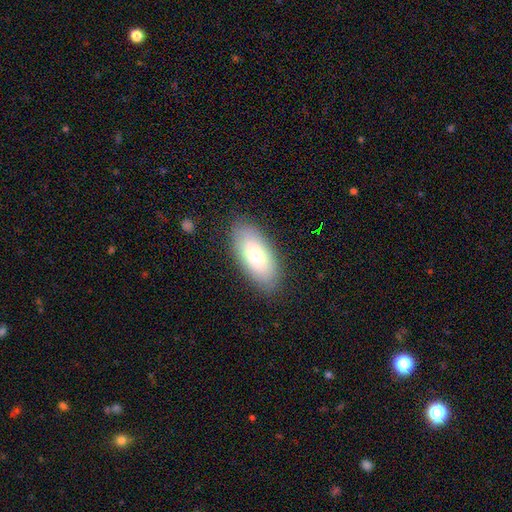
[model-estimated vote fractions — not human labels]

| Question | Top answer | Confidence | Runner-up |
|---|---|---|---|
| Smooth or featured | smooth | 75% | featured or disk (18%) |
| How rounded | in between | 89% | cigar-shaped (9%) |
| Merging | none | 85% | minor disturbance (11%) |